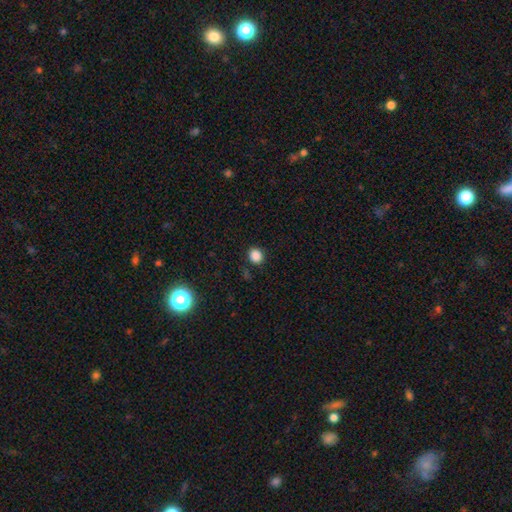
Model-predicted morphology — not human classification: The model was most divided on "how rounded": round: 72%, in between: 27%, cigar-shaped: 1%. More confident: merging — none (87%); smooth or featured — smooth (85%).